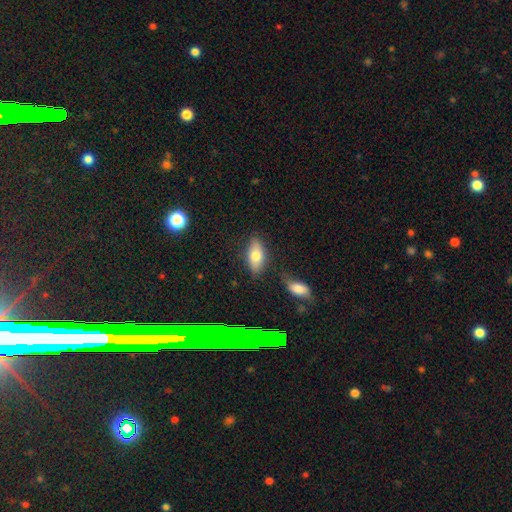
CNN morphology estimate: Smooth or featured?
  - smooth: 72% *
  - featured or disk: 20%
  - star or artifact: 8%
How rounded?
  - in between: 84% *
  - cigar-shaped: 12%
  - round: 4%
Merging?
  - none: 77% *
  - minor disturbance: 14%
  - merger: 6%
  - major disturbance: 4%